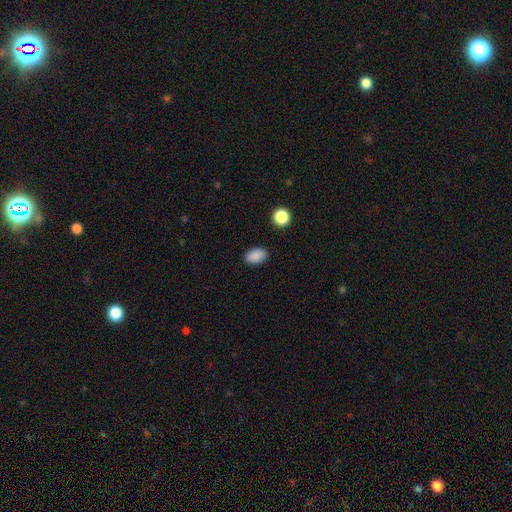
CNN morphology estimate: The model was most divided on "merging": none: 87%, minor disturbance: 9%, major disturbance: 2%, merger: 1%. More confident: how rounded — in between (89%); smooth or featured — smooth (88%).